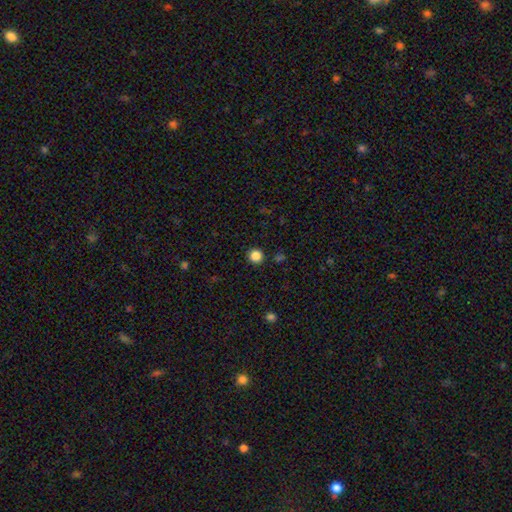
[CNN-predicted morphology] This is clearly a smooth galaxy (85%). How rounded: clearly round (94%). Merging: clearly none (92%).